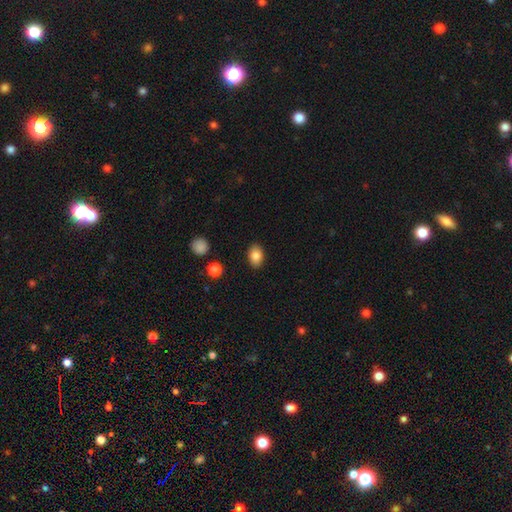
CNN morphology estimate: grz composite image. It shows a smooth galaxy with no disk features (84%) that is in between round and cigar-shaped (84%). Merging: none (88%).